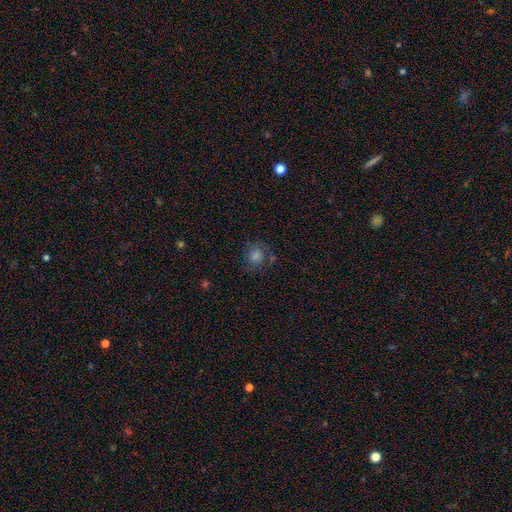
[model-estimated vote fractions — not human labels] Q: Smooth or featured?
A: smooth (53%); runner-up: featured or disk (26%)
Q: How rounded?
A: round (79%); runner-up: in between (20%)
Q: Merging?
A: none (70%); runner-up: minor disturbance (16%)